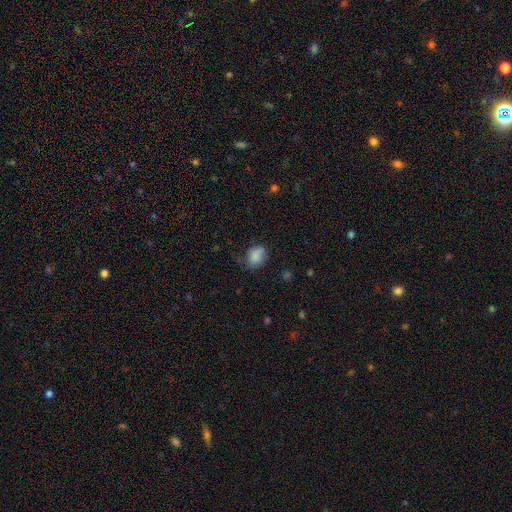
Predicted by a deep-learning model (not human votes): A smooth galaxy with no disk features (83%) that is in between round and cigar-shaped (53%).

Vote fractions:
- Smooth or featured? smooth: 83% / featured or disk: 9% / star or artifact: 9%
- How rounded? in between: 53% / round: 46% / cigar-shaped: 1%
- Merging? none: 62% / minor disturbance: 28% / major disturbance: 8% / merger: 2%